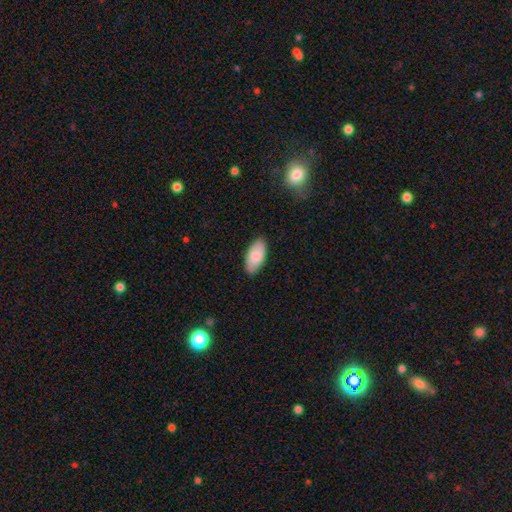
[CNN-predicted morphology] Smooth or featured? Predicted: smooth (p=0.83). How rounded? Predicted: in between (p=0.93). Merging? Predicted: none (p=0.87).